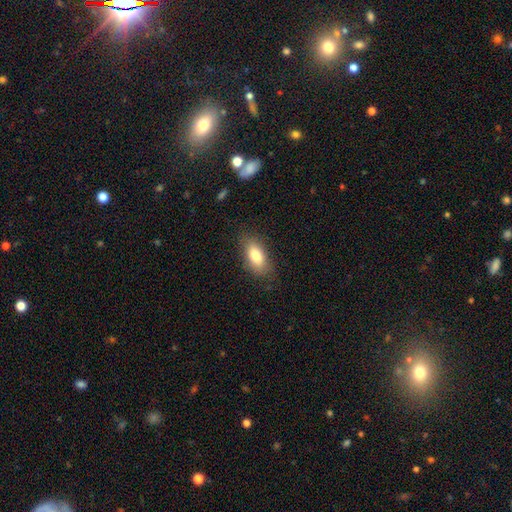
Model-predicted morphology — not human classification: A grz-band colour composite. It shows a smooth galaxy with no disk features (81%) that is in between round and cigar-shaped (86%). Merging: none (81%).